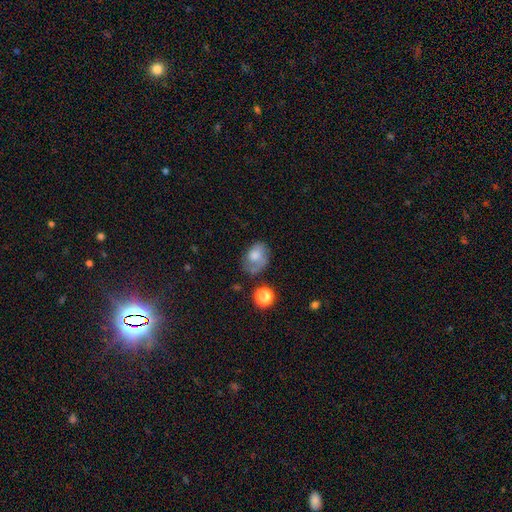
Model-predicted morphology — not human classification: Q: Smooth or featured?
A: smooth (63%); runner-up: featured or disk (26%)
Q: How rounded?
A: in between (71%); runner-up: round (28%)
Q: Merging?
A: none (45%); runner-up: minor disturbance (30%)